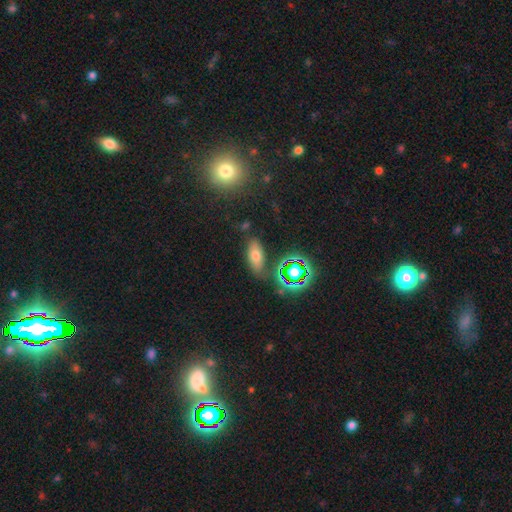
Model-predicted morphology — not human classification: Smooth or featured? smooth (60%)
How rounded? in between (79%)
Merging? none (78%)